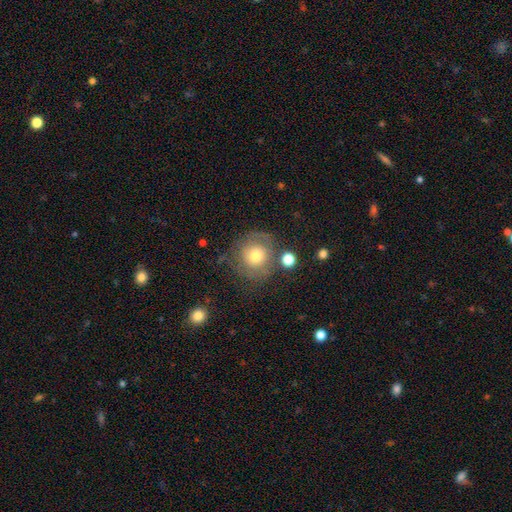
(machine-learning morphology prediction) type=smooth (67%); roundness=round (91%); merging=none (67%).